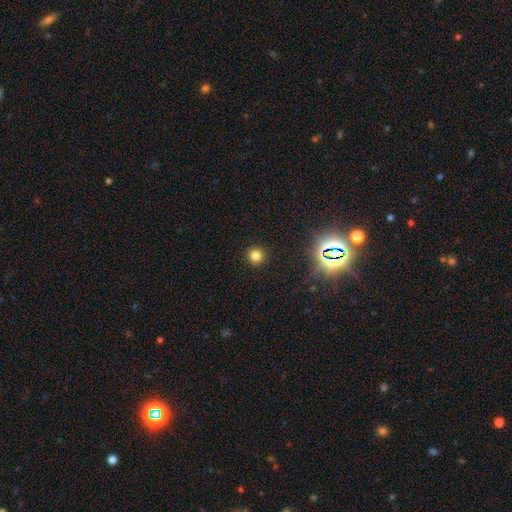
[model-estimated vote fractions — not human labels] Smooth or featured? Predicted: smooth (p=0.77). How rounded? Predicted: round (p=0.95). Merging? Predicted: none (p=0.92).